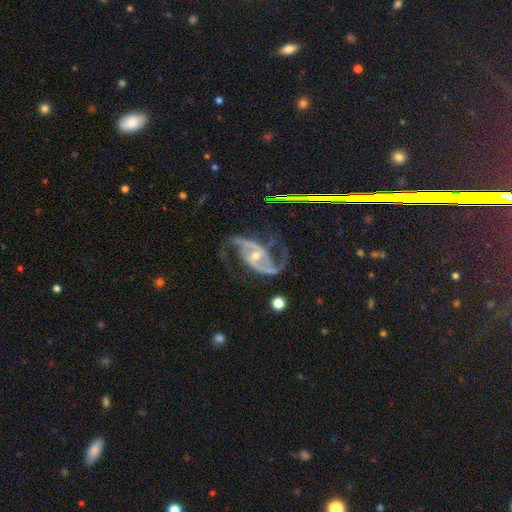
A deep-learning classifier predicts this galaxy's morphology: type=featured or disk (92%); edge-on=no (97%); bar=no (36%, tied with weak); spiral arms=yes (98%); winding=loose (46%); arm count=2 (92%); bulge=small (49%); merging=none (69%).